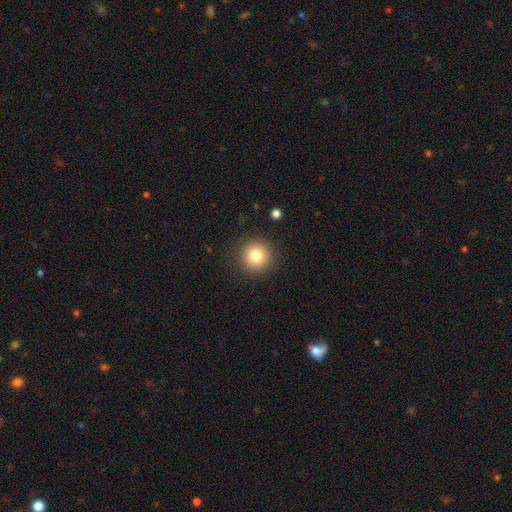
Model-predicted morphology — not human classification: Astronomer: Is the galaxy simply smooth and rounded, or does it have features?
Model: smooth — 80%.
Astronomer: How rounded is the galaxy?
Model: round — 95%.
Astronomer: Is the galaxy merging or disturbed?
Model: none — 90%.